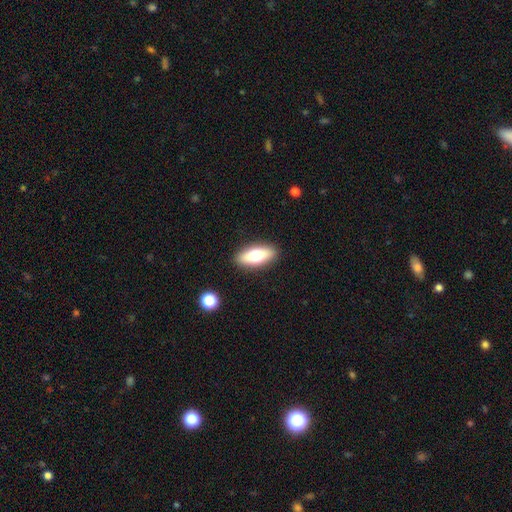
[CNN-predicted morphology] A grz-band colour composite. It shows a smooth galaxy with no disk features (67%) that is in between round and cigar-shaped (71%). Merging: none (89%).